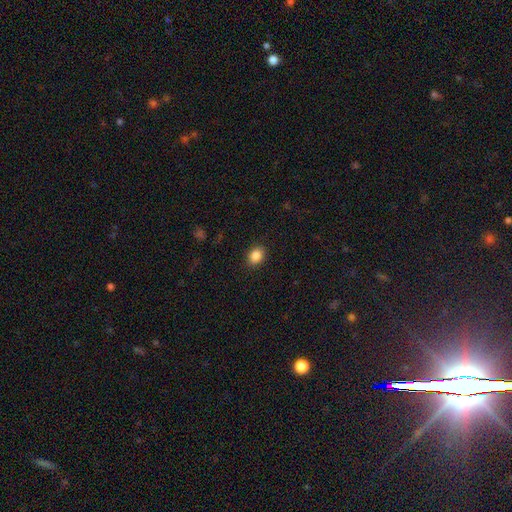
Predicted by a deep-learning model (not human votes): smooth_or_featured: smooth (p=0.87) [alt: star or artifact p=0.09]
how_rounded: in between (p=0.69) [alt: round p=0.30]
merging: none (p=0.89) [alt: minor disturbance p=0.08]